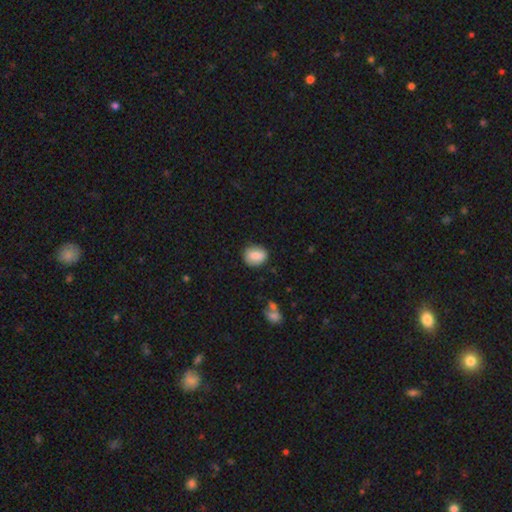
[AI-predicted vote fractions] smooth_or_featured: smooth (p=0.83) [alt: featured or disk p=0.09]
how_rounded: round (p=0.59) [alt: in between p=0.40]
merging: none (p=0.81) [alt: minor disturbance p=0.15]